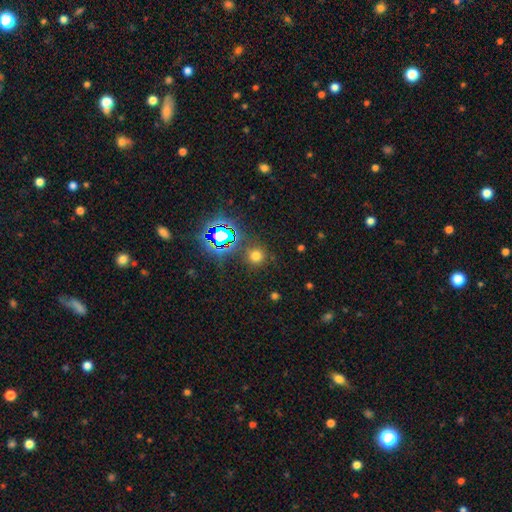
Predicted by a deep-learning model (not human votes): Smooth or featured? smooth (63%)
How rounded? round (92%)
Merging? none (83%)